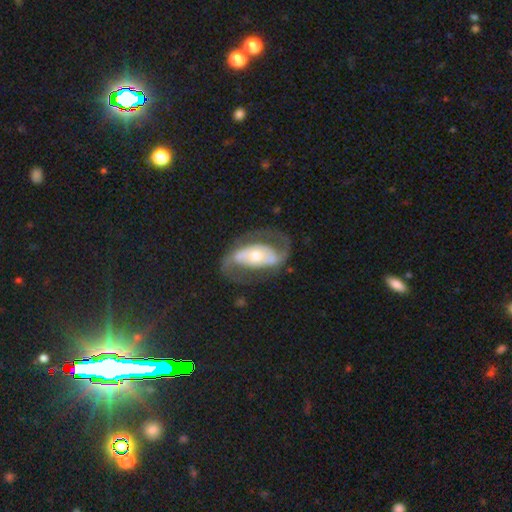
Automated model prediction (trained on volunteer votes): This is clearly a featured or disk galaxy (82%). It is clearly not viewed edge-on (95%). Bar: possibly no (48%). Spiral arm pattern: clearly yes (83%). Spiral arm count: clearly 2 (88%). Spiral winding: possibly medium (46%). Central bulge: likely moderate (63%). Merging: likely none (65%).